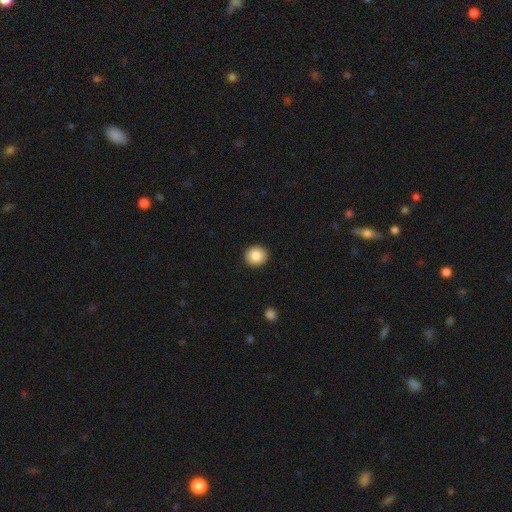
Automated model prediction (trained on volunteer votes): A smooth galaxy with no disk features (86%) that is round (84%).

Vote fractions:
- Smooth or featured? smooth: 86% / star or artifact: 8% / featured or disk: 6%
- How rounded? round: 84% / in between: 15% / cigar-shaped: 1%
- Merging? none: 92% / minor disturbance: 5% / major disturbance: 2% / merger: 1%